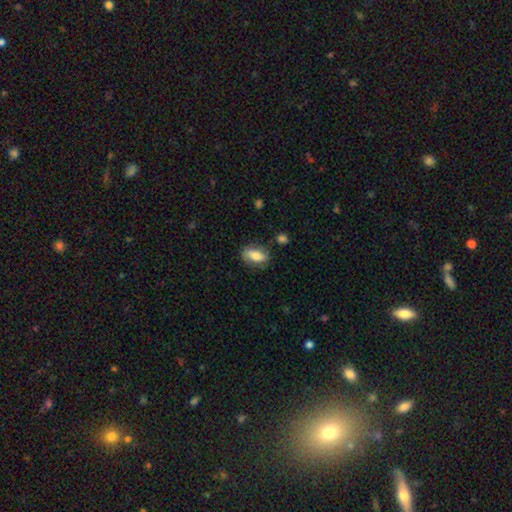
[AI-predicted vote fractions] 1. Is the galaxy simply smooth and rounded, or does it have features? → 76% smooth, 17% featured or disk, 7% star or artifact.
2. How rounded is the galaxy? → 85% in between, 9% cigar-shaped, 6% round.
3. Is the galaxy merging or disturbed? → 74% none, 18% minor disturbance, 5% major disturbance, 3% merger.